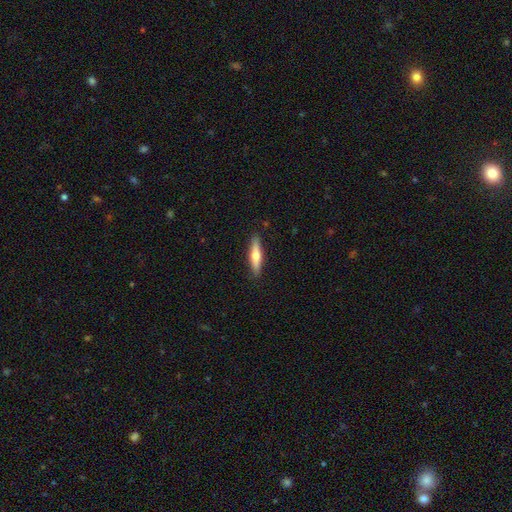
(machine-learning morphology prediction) Smooth or featured: smooth — 52% (featured or disk — 43%)
How rounded: cigar-shaped — 81% (in between — 17%)
Merging: none — 89% (minor disturbance — 8%)